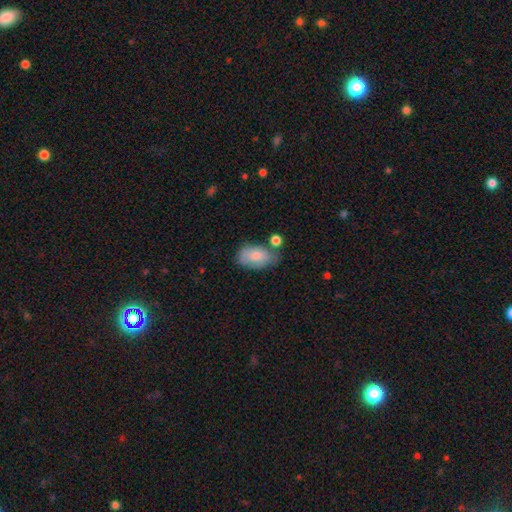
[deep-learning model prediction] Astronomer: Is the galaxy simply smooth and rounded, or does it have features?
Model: smooth — 76%.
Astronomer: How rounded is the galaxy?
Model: in between — 92%.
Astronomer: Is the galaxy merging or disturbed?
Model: none — 49% (runner-up: minor disturbance, 29%).